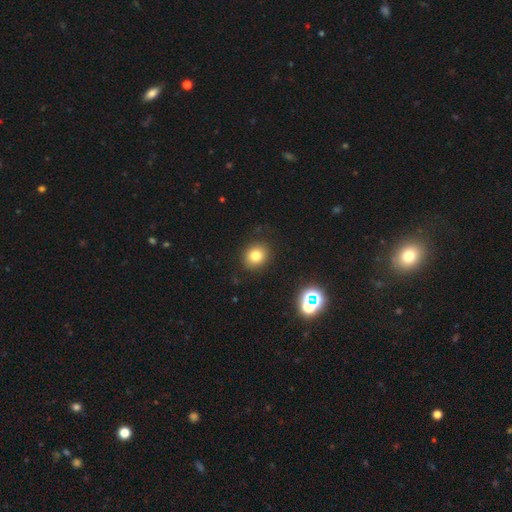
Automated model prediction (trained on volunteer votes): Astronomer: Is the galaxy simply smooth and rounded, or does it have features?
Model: smooth — 78%.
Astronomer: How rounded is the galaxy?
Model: round — 66%.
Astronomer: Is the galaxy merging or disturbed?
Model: none — 87%.